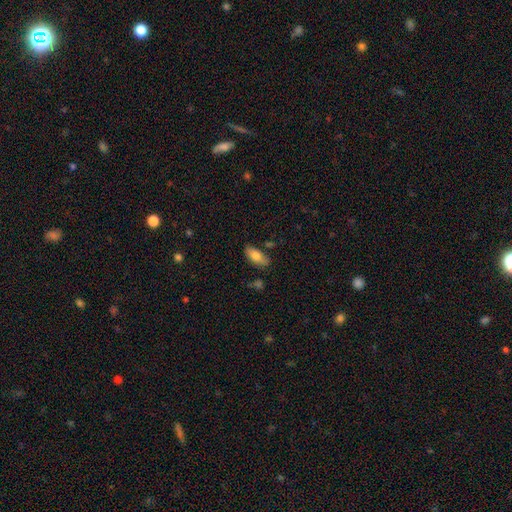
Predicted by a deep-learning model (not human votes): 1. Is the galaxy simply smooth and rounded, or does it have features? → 78% smooth, 16% featured or disk, 7% star or artifact.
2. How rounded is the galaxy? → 87% in between, 11% cigar-shaped, 2% round.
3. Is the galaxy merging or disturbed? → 74% none, 18% minor disturbance, 4% merger, 4% major disturbance.